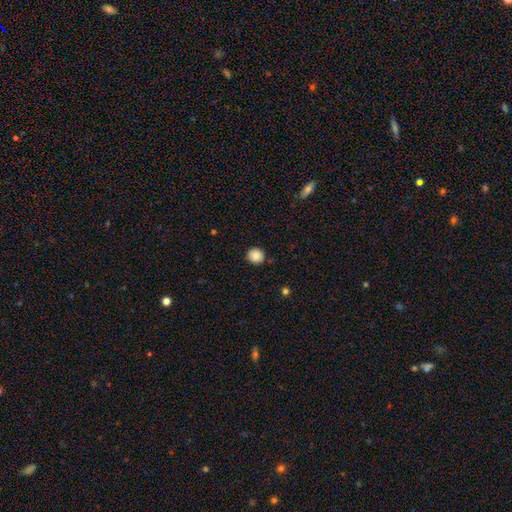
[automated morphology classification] A smooth galaxy with no disk features (87%) that is round (91%).

Vote fractions:
- Smooth or featured? smooth: 87% / star or artifact: 9% / featured or disk: 4%
- How rounded? round: 91% / in between: 8% / cigar-shaped: 1%
- Merging? none: 88% / minor disturbance: 8% / major disturbance: 2% / merger: 1%